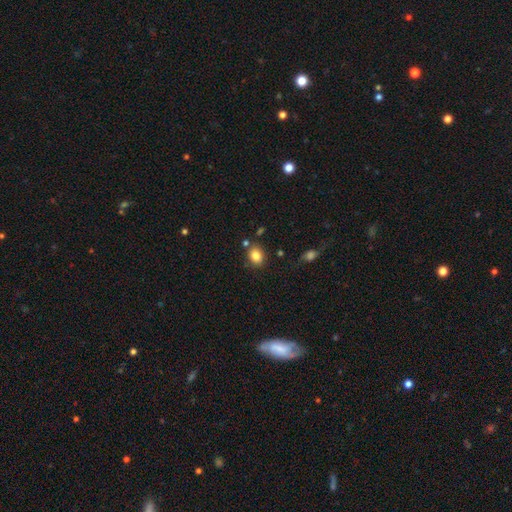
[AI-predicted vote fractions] smooth-or-featured: smooth: 84% | star or artifact: 10% | featured or disk: 7%
  how-rounded: in between: 54% | round: 45% | cigar-shaped: 1%
  merging: none: 78% | minor disturbance: 12% | merger: 7% | major disturbance: 3%